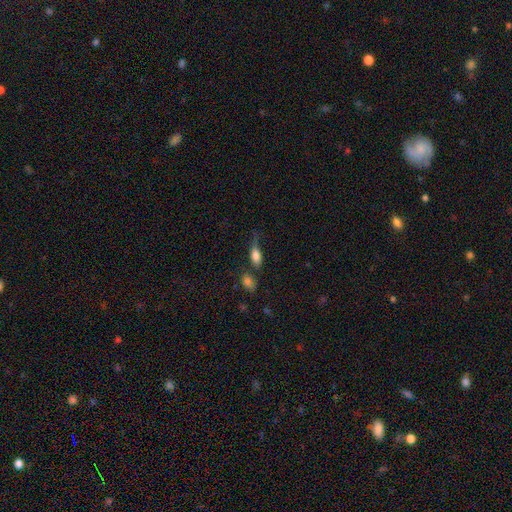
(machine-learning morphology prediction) Overall: smooth (69%). How rounded: in between (73%). Merging: none (41%; minor disturbance 30%).